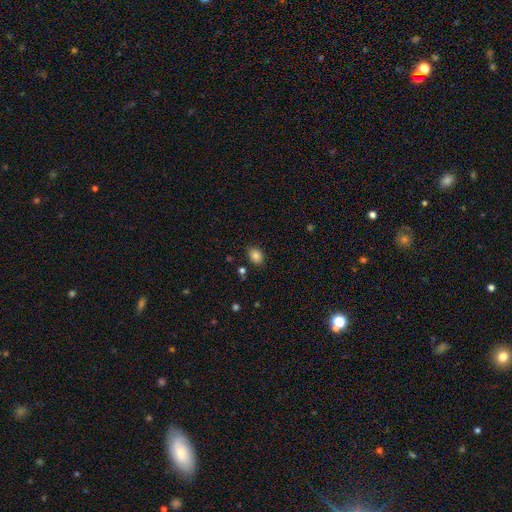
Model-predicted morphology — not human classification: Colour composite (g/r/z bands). It shows a smooth galaxy with no disk features (84%) that is in between round and cigar-shaped (66%). Merging: none (83%).